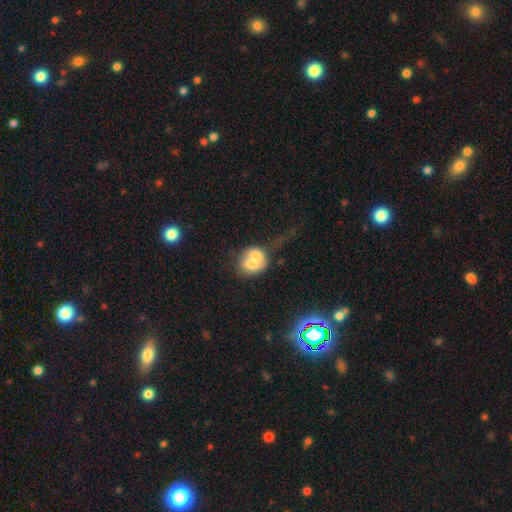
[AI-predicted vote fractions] Smooth or featured? Predicted: smooth (p=0.61). How rounded? Predicted: round (p=0.52). Merging? Predicted: merger (p=0.71).